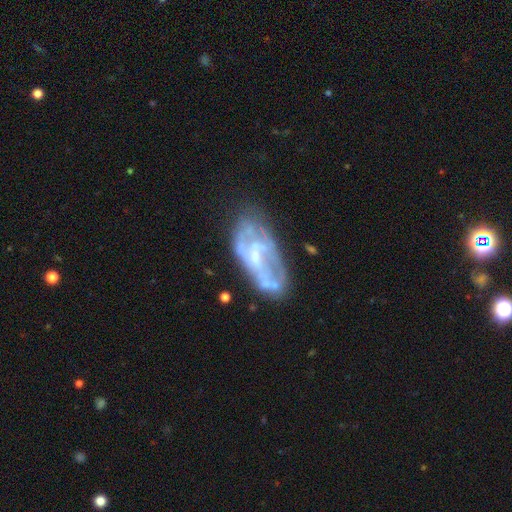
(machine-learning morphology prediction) smooth-or-featured: featured or disk: 74% | smooth: 19% | star or artifact: 7%
  disk-edge-on: no: 93% | yes: 7%
    bar: no: 55% | weak: 35% | strong: 10%
    has-spiral-arms: yes: 58% | no: 42%
    bulge-size: small: 62% | moderate: 22% | none: 13% | large: 1% | dominant: 1%
  merging: none: 52% | minor disturbance: 25% | major disturbance: 17% | merger: 6%